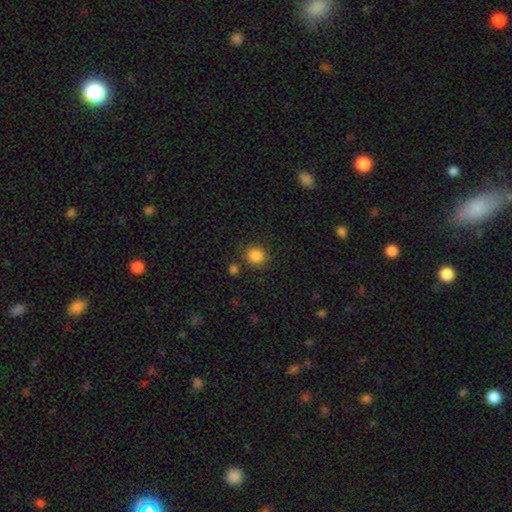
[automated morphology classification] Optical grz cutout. It shows a smooth galaxy with no disk features (86%) that is round (86%). Merging: none (84%).